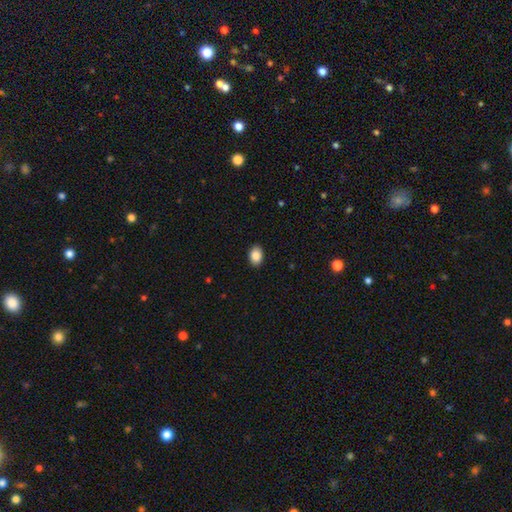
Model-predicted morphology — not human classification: Smooth or featured: smooth — 88% (star or artifact — 8%)
How rounded: in between — 80% (round — 19%)
Merging: none — 90% (minor disturbance — 7%)